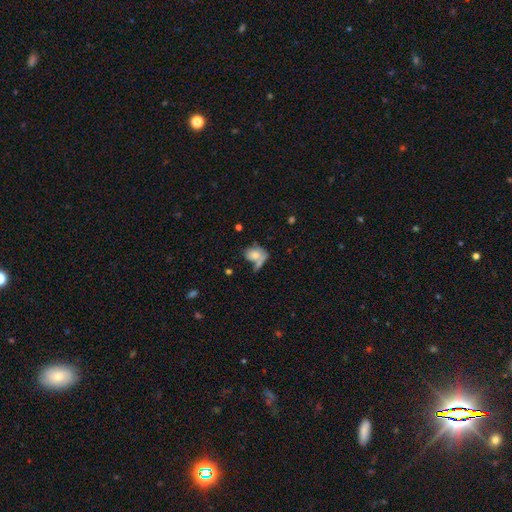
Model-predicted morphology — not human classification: smooth-or-featured: smooth: 70% | featured or disk: 21% | star or artifact: 9%
  how-rounded: in between: 67% | round: 31% | cigar-shaped: 2%
  merging: none: 35% | merger: 30% | minor disturbance: 19% | major disturbance: 15%